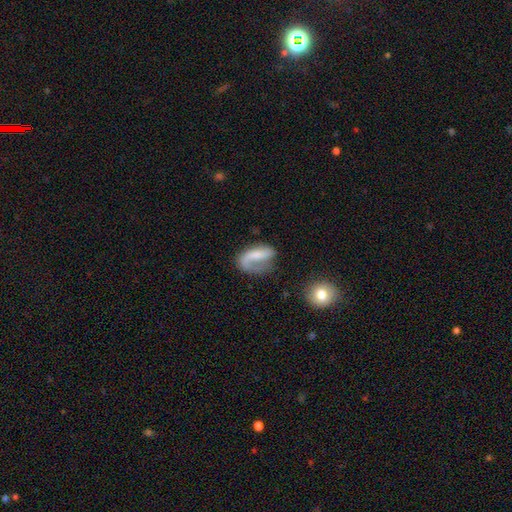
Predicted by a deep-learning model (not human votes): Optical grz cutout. It shows a featured or disk galaxy (59%) with no bar (45%), spiral arms (84%) and no central bulge (36%). Merging: none (40%).